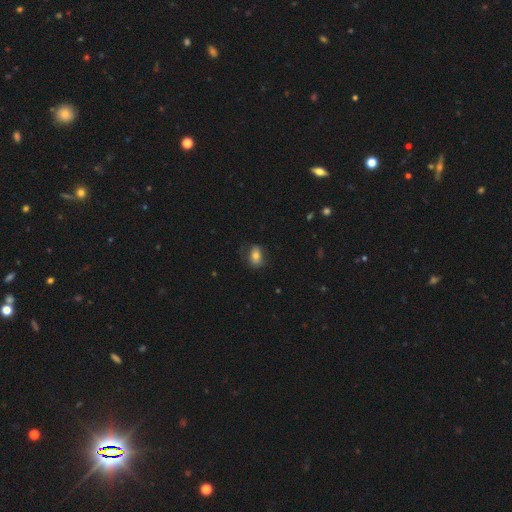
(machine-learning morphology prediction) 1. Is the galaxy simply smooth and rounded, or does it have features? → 73% smooth, 18% featured or disk, 9% star or artifact.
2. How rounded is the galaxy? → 80% in between, 18% round, 2% cigar-shaped.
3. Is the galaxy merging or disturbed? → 71% none, 20% minor disturbance, 8% major disturbance, 1% merger.